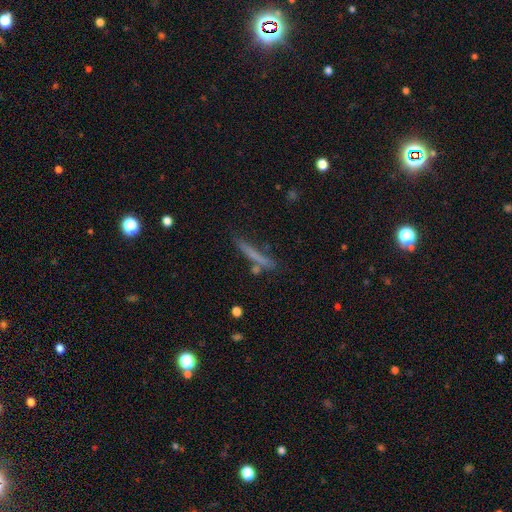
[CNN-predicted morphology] type=smooth (62%); roundness=cigar-shaped (94%); merging=none (72%).